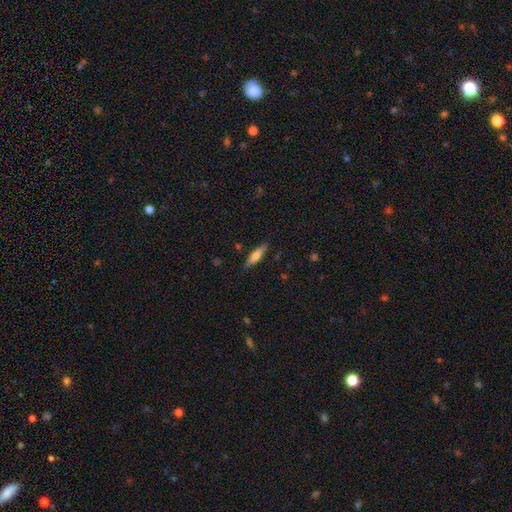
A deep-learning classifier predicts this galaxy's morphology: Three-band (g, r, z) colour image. It shows a smooth galaxy with no disk features (67%) that is cigar-shaped (70%). Merging: none (84%).